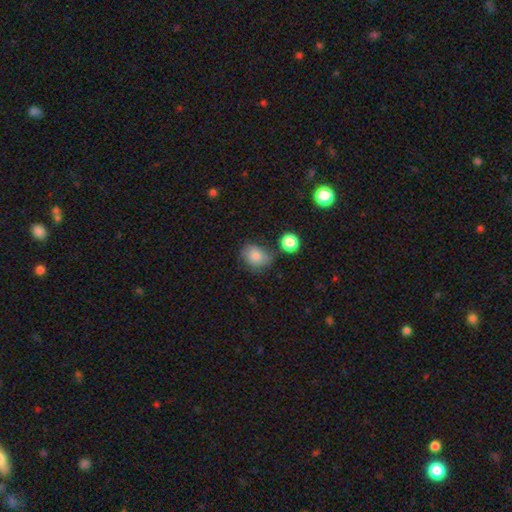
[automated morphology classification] This is likely a smooth galaxy (79%). How rounded: possibly in between (51%). Merging: likely none (61%).